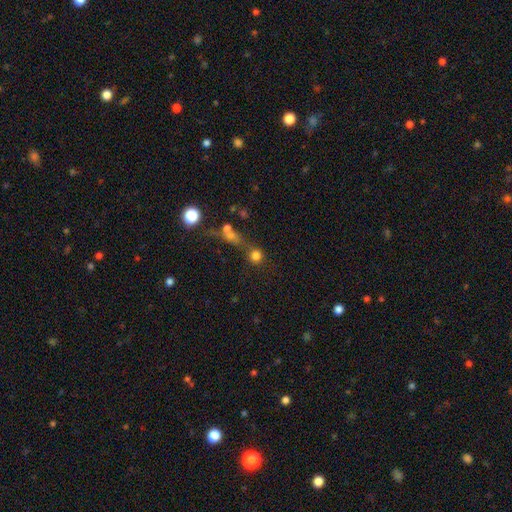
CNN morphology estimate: This is likely a smooth galaxy (72%). How rounded: clearly round (89%). Merging: possibly none (55%).